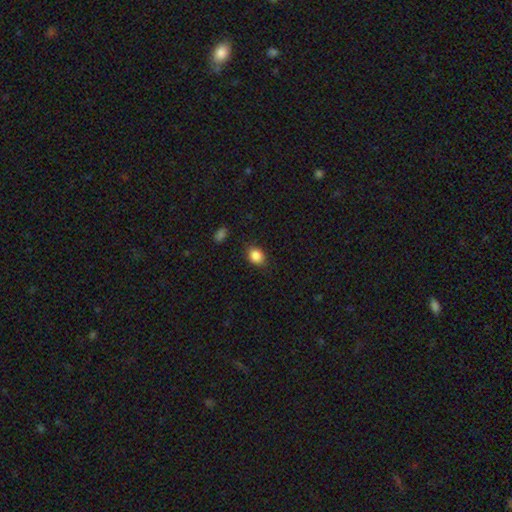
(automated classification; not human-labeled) Smooth or featured? Predicted: smooth (p=0.86). How rounded? Predicted: round (p=0.51). Merging? Predicted: none (p=0.84).